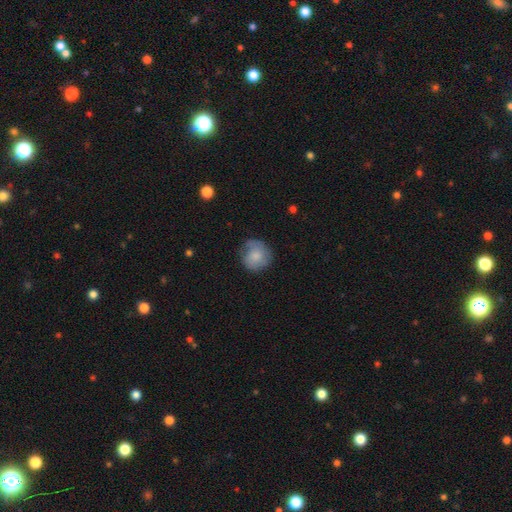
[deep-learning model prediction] This is likely a smooth galaxy (70%). How rounded: clearly round (87%). Merging: likely none (66%).